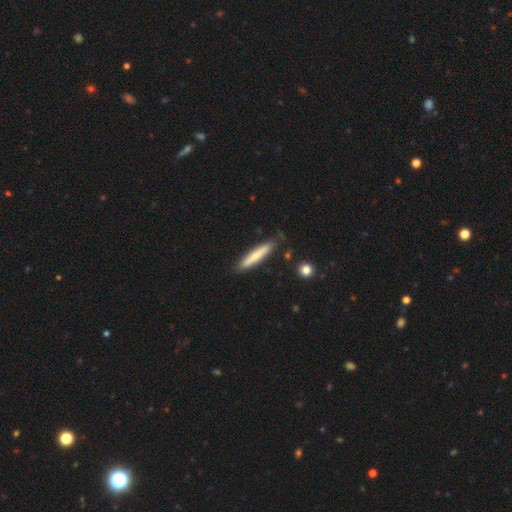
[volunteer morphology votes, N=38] Q: Smooth or featured?
A: smooth (71%); runner-up: featured or disk (24%)
Q: How rounded?
A: cigar-shaped (93%); runner-up: round (4%)
Q: Merging?
A: none (92%); runner-up: minor disturbance (8%)